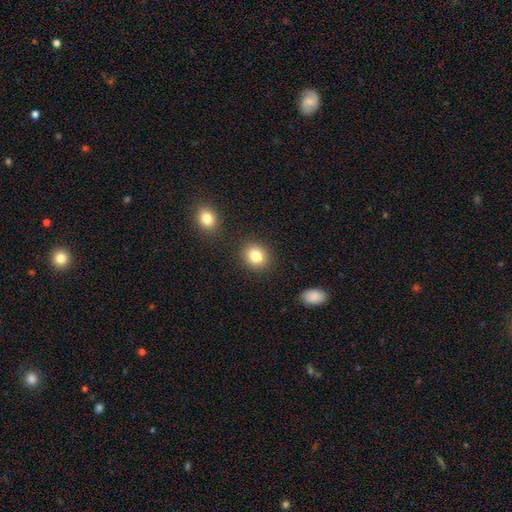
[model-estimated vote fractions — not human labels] Q: Smooth or featured?
A: smooth (83%); runner-up: star or artifact (10%)
Q: How rounded?
A: round (67%); runner-up: in between (32%)
Q: Merging?
A: none (86%); runner-up: minor disturbance (8%)